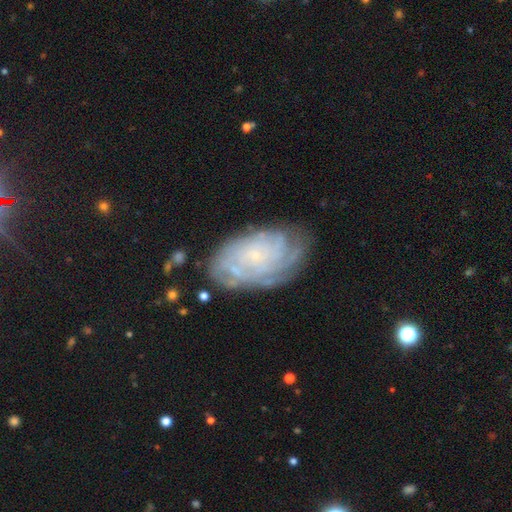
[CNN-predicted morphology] Smooth or featured: featured or disk — 78% (smooth — 14%)
Edge-on disk: no — 96% (yes — 4%)
Bar: no — 80% (weak — 16%)
Spiral arms: yes — 94% (no — 6%)
Spiral winding: tight — 77% (medium — 18%)
Spiral arm count: can't tell — 41% (more than 4 — 18%)
Bulge size: small — 83% (moderate — 8%)
Merging: none — 70% (minor disturbance — 20%)